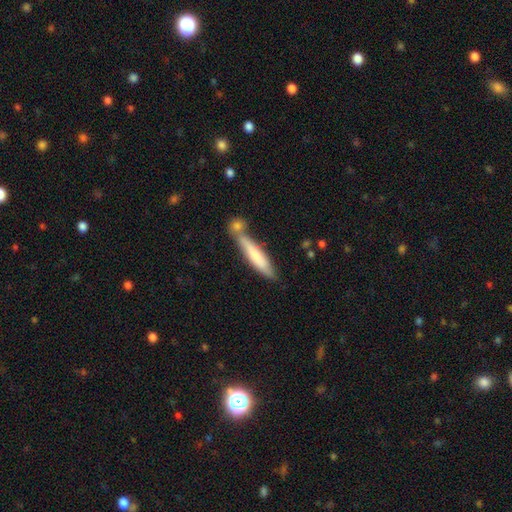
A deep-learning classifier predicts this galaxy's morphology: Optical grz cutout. It shows a smooth galaxy with no disk features (68%) that is cigar-shaped (86%). Merging: none (57%).